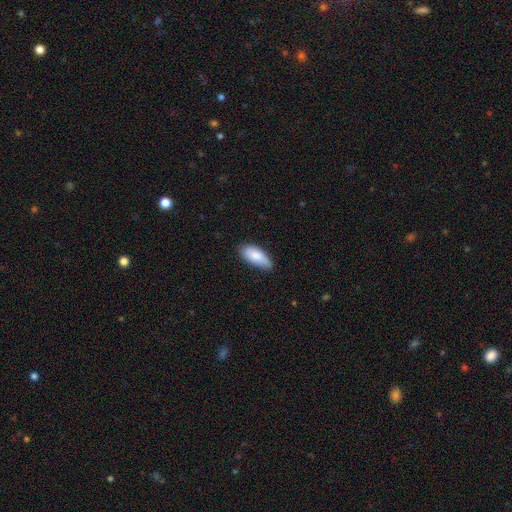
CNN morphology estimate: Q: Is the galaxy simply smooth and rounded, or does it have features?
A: smooth — 84%.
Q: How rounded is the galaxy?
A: in between — 84%.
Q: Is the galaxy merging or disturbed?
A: none — 70%.